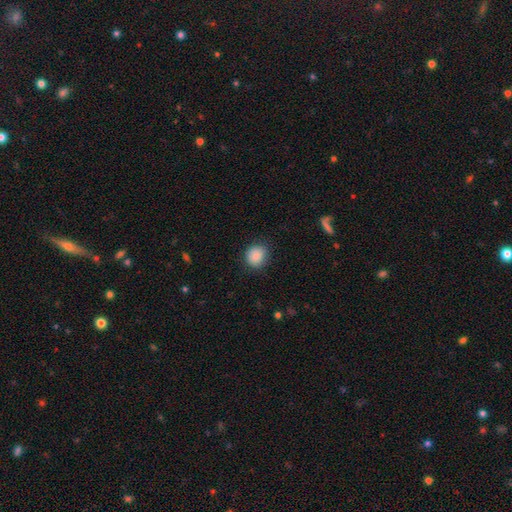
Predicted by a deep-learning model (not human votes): Q: Smooth or featured?
A: smooth (87%); runner-up: star or artifact (9%)
Q: How rounded?
A: round (78%); runner-up: in between (21%)
Q: Merging?
A: none (81%); runner-up: minor disturbance (14%)